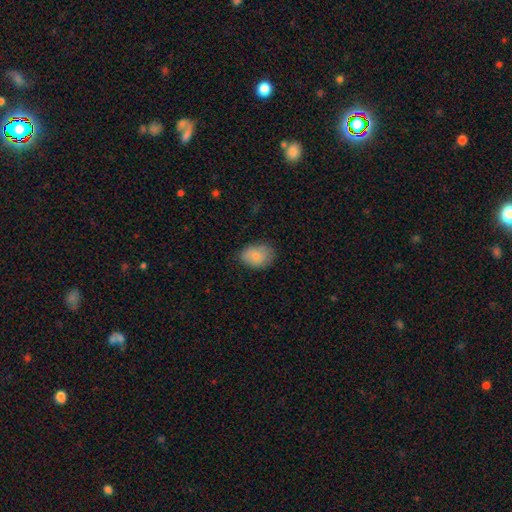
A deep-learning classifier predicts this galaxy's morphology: This is clearly a smooth galaxy (81%). How rounded: likely in between (74%). Merging: likely none (70%).